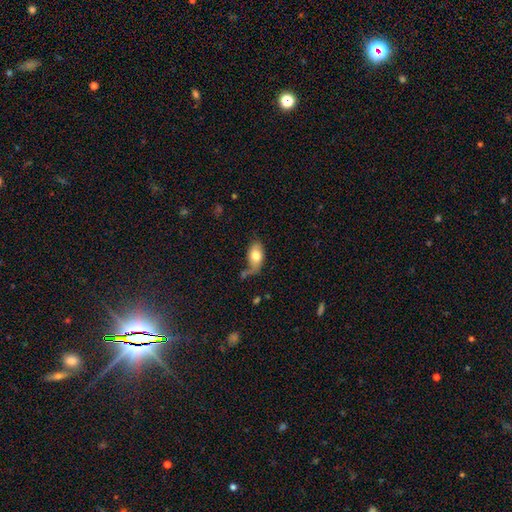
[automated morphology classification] This is likely a smooth galaxy (75%). How rounded: clearly in between (90%). Merging: possibly none (46%).